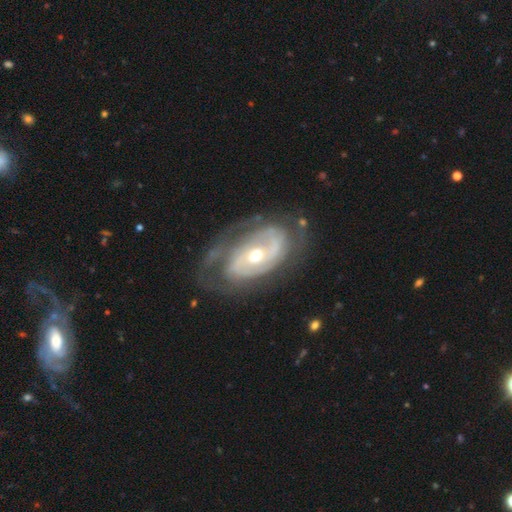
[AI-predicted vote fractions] Q: Smooth or featured?
A: featured or disk (85%); runner-up: smooth (10%)
Q: Edge-on disk?
A: no (95%); runner-up: yes (5%)
Q: Bar?
A: no (54%); runner-up: weak (31%)
Q: Spiral arms?
A: yes (88%); runner-up: no (12%)
Q: Spiral winding?
A: tight (58%); runner-up: medium (31%)
Q: Spiral arm count?
A: 2 (49%); runner-up: can't tell (27%)
Q: Bulge size?
A: moderate (66%); runner-up: small (27%)
Q: Merging?
A: none (62%); runner-up: minor disturbance (22%)